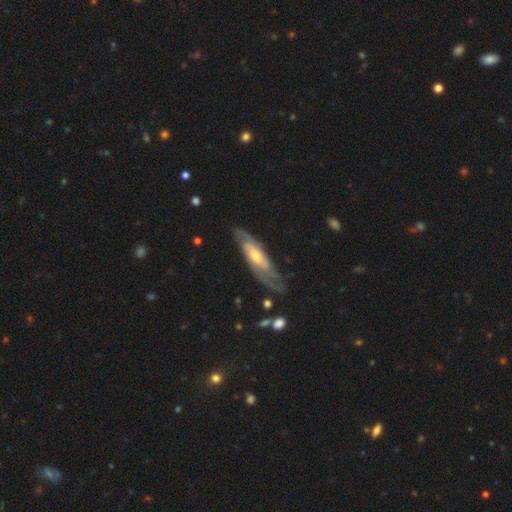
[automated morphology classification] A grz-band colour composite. It shows a featured or disk galaxy (79%) with no bar (56%), 2 (52%) tight (51%) spiral arms (91%) and a moderate central bulge (54%). Merging: none (70%).